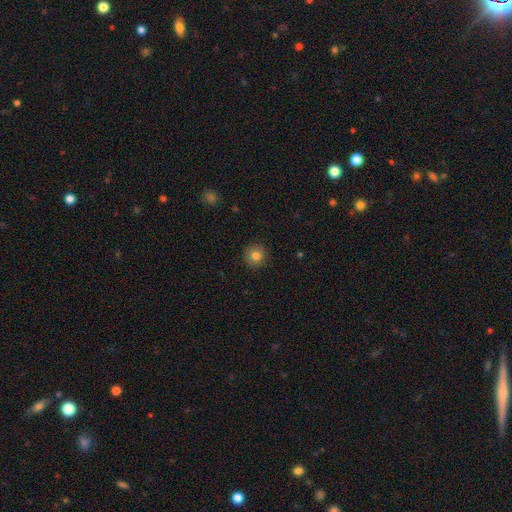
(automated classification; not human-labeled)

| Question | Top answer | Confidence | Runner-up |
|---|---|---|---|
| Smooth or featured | smooth | 82% | star or artifact (11%) |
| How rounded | round | 95% | in between (4%) |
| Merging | none | 92% | minor disturbance (6%) |